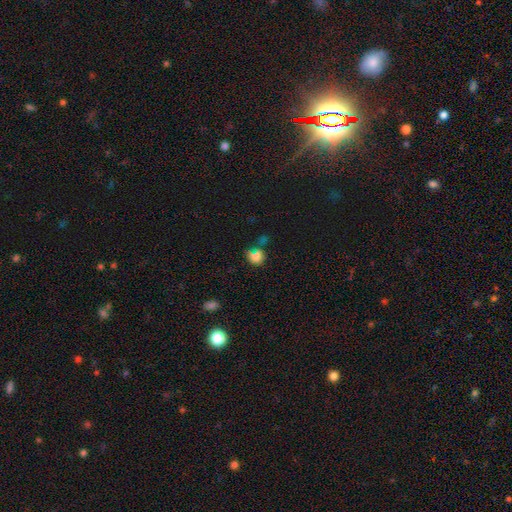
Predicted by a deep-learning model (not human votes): This is likely a smooth galaxy (76%). How rounded: likely round (70%). Merging: possibly none (55%).